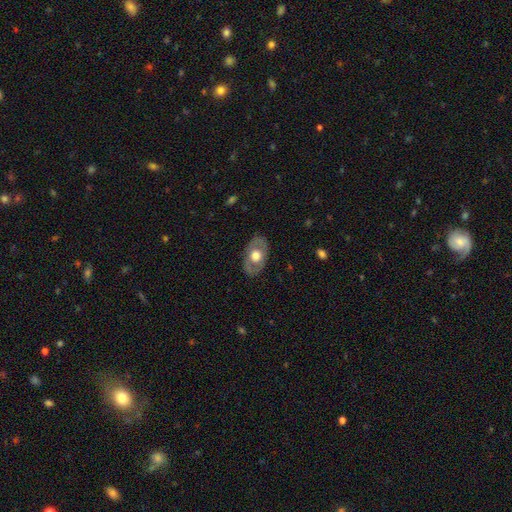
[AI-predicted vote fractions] smooth-or-featured: featured or disk: 51% | smooth: 43% | star or artifact: 5%
  disk-edge-on: no: 87% | yes: 13%
  merging: none: 81% | minor disturbance: 13% | major disturbance: 5% | merger: 1%